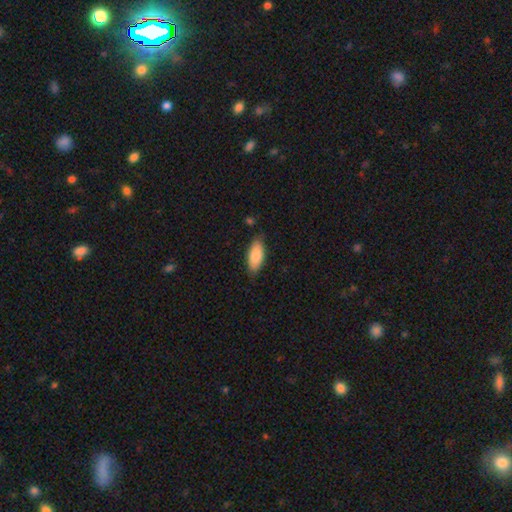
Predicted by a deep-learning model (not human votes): smooth 82%, featured or disk 12%, star or artifact 6%. Down the decision tree: how rounded — in between (85%); merging — none (80%).